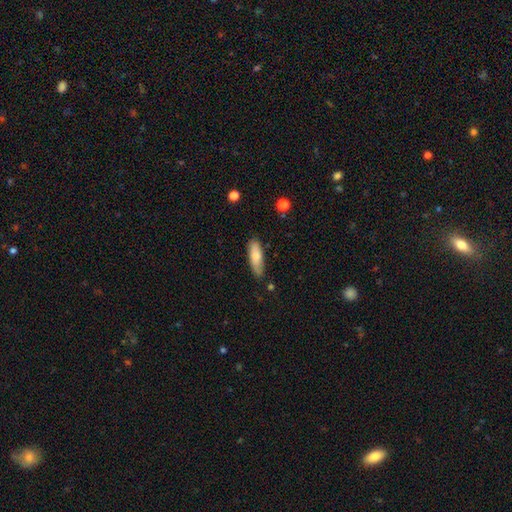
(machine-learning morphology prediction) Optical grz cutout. It shows a smooth galaxy with no disk features (76%) that is in between round and cigar-shaped (53%). Merging: none (77%).